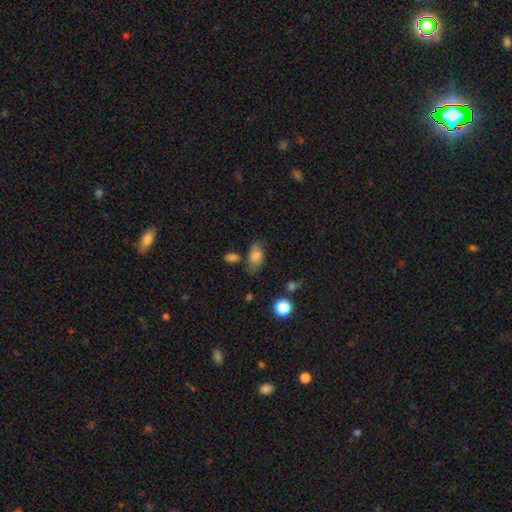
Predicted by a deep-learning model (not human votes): smooth 76%, featured or disk 14%, star or artifact 10%. Down the decision tree: how rounded — in between (86%); merging — none (55%).